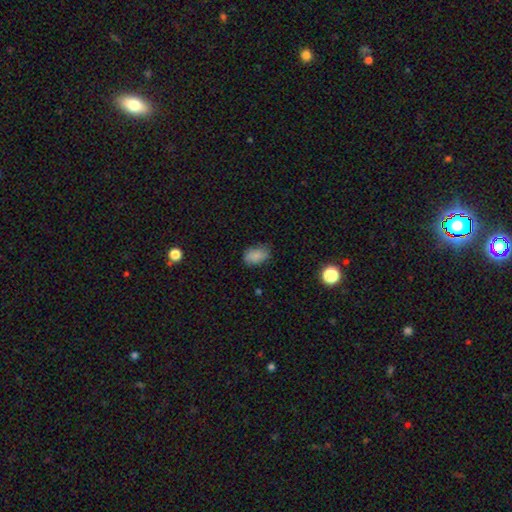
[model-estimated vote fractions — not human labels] A smooth galaxy with no disk features (84%) that is in between round and cigar-shaped (85%).

Vote fractions:
- Smooth or featured? smooth: 84% / star or artifact: 9% / featured or disk: 7%
- How rounded? in between: 85% / round: 13% / cigar-shaped: 2%
- Merging? none: 75% / minor disturbance: 20% / major disturbance: 4% / merger: 1%